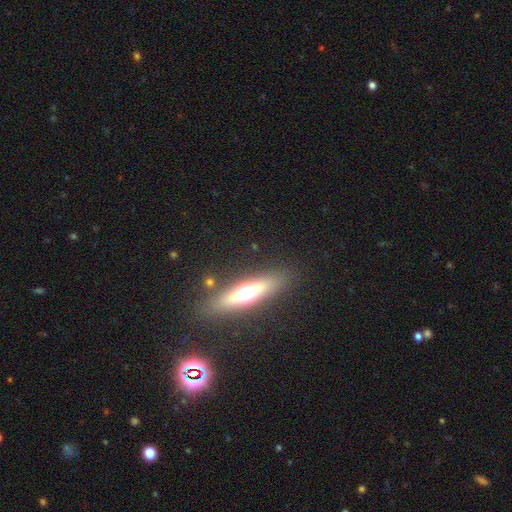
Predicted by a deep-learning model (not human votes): smooth_or_featured: featured or disk (p=0.60) [alt: smooth p=0.29]
disk_edge_on: yes (p=0.92) [alt: no p=0.08]
edge_on_bulge: rounded (p=0.88) [alt: none p=0.08]
merging: none (p=0.84) [alt: minor disturbance p=0.10]